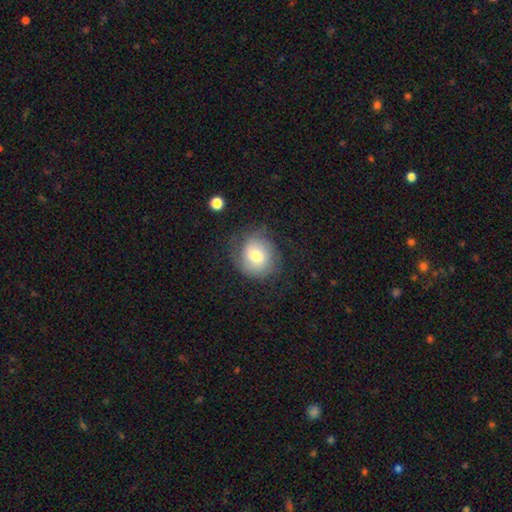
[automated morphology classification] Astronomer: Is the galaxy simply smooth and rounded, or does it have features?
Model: smooth — 55% (runner-up: featured or disk, 36%).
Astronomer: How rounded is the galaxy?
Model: round — 79%.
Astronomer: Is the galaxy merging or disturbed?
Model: none — 67%.